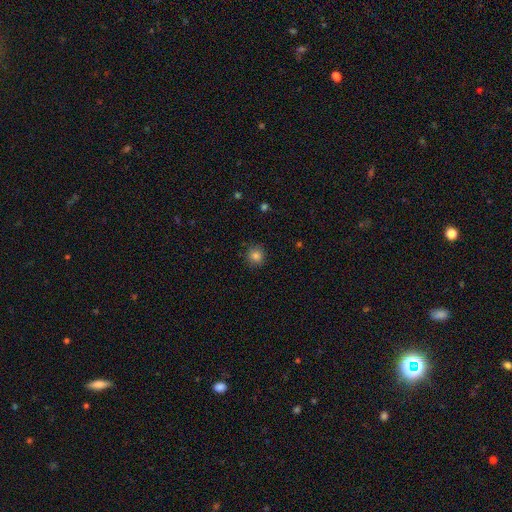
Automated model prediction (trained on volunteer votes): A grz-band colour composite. It shows a smooth galaxy with no disk features (83%) that is round (89%). Merging: none (87%).